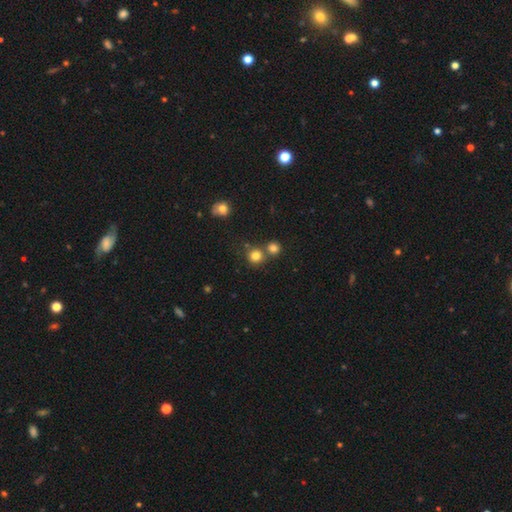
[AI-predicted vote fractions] Smooth or featured? Predicted: smooth (p=0.80). How rounded? Predicted: round (p=0.91). Merging? Predicted: none (p=0.64).